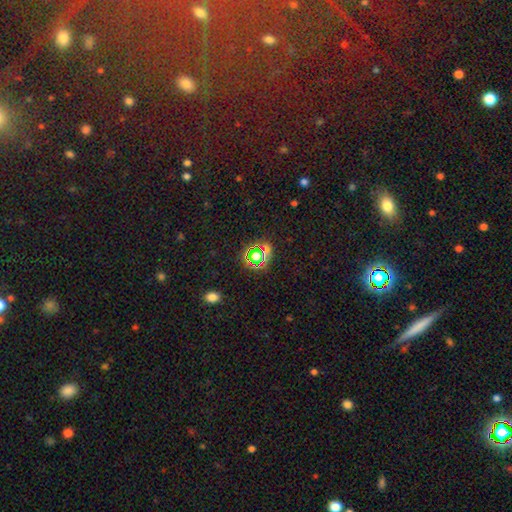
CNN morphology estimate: smooth_or_featured: star or artifact (p=0.56) [alt: smooth p=0.35]